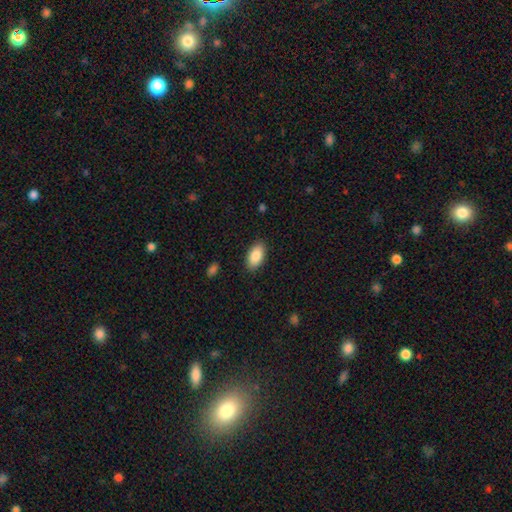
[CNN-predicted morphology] This appears to be a smooth galaxy with no disk features (88%) that is in between round and cigar-shaped (94%). Merging: none (88%).